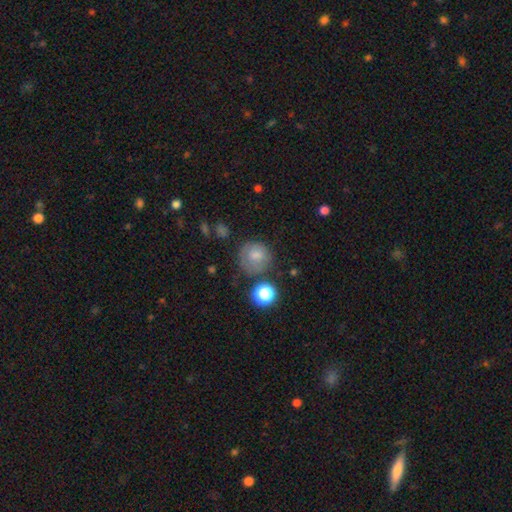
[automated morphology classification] Smooth or featured? smooth (75%)
How rounded? round (89%)
Merging? none (64%)